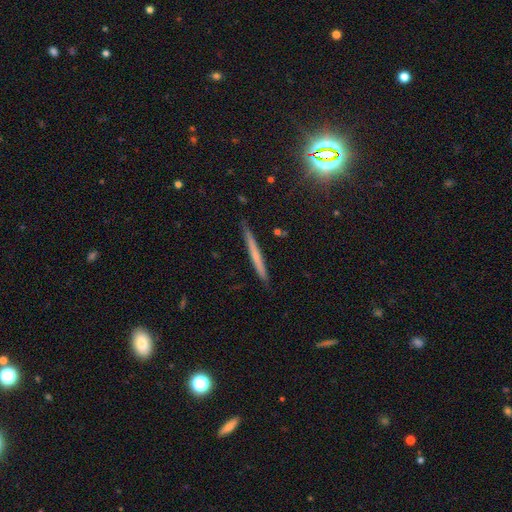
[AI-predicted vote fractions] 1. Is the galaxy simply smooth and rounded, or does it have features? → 48% smooth, 43% featured or disk, 10% star or artifact.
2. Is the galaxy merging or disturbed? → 89% none, 9% minor disturbance, 1% major disturbance, 1% merger.